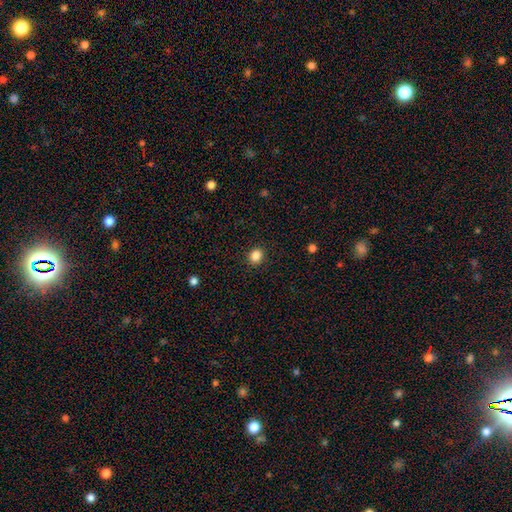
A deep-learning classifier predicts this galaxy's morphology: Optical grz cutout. It shows a smooth galaxy with no disk features (85%) that is round (73%). Merging: none (91%).